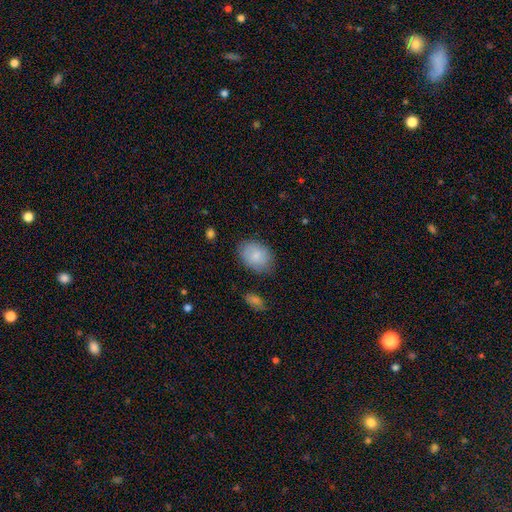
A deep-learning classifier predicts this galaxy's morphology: smooth-or-featured: smooth: 79% | featured or disk: 14% | star or artifact: 7%
  how-rounded: in between: 78% | round: 21% | cigar-shaped: 1%
  merging: none: 77% | minor disturbance: 17% | major disturbance: 4% | merger: 2%